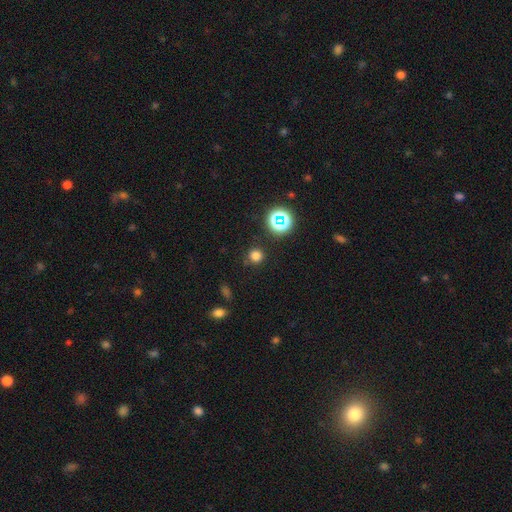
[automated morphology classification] smooth-or-featured: smooth: 74% | star or artifact: 21% | featured or disk: 5%
  how-rounded: round: 93% | in between: 6% | cigar-shaped: 1%
  merging: none: 86% | minor disturbance: 9% | major disturbance: 3% | merger: 2%